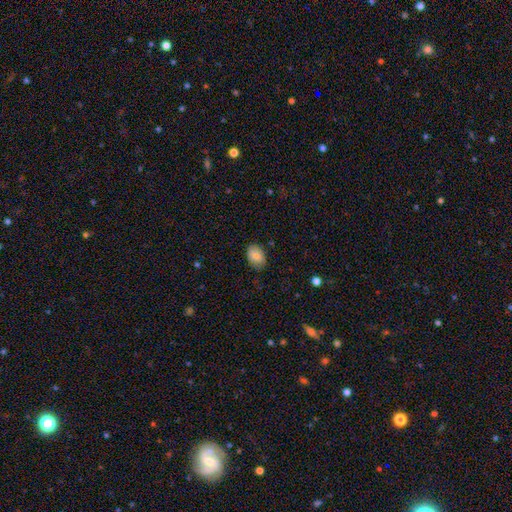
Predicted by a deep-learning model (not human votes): This appears to be a smooth galaxy with no disk features (84%) that is in between round and cigar-shaped (85%). Merging: none (82%).